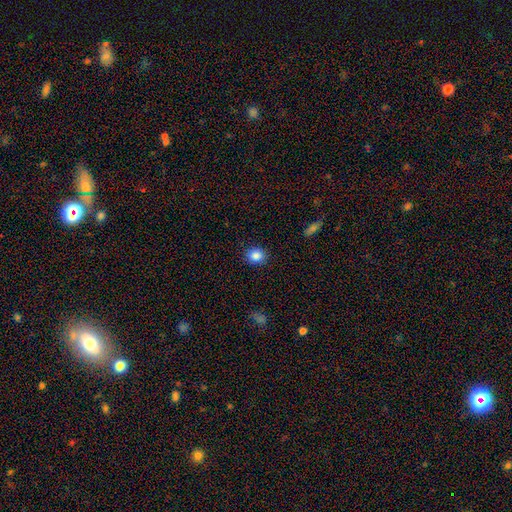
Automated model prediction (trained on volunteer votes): Overall: smooth (86%). How rounded: round (71%). Merging: none (90%).